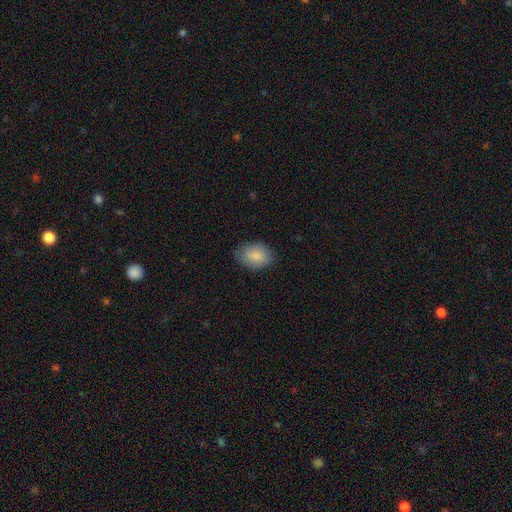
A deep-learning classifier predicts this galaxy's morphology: Smooth or featured? smooth (83%)
How rounded? in between (82%)
Merging? none (81%)